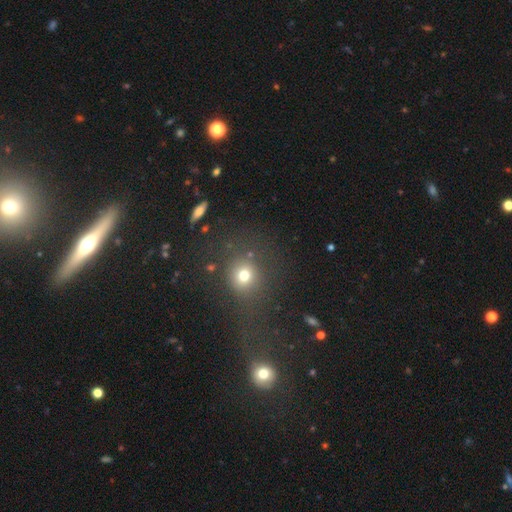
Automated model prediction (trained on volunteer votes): A smooth galaxy with no disk features (41%). Merging: none (68%).